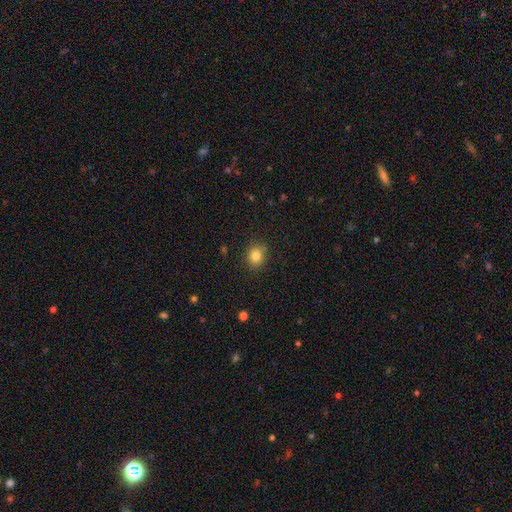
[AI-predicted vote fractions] Smooth or featured?
  - smooth: 82% *
  - star or artifact: 11%
  - featured or disk: 6%
How rounded?
  - round: 68% *
  - in between: 31%
  - cigar-shaped: 1%
Merging?
  - none: 86% *
  - minor disturbance: 10%
  - major disturbance: 3%
  - merger: 2%